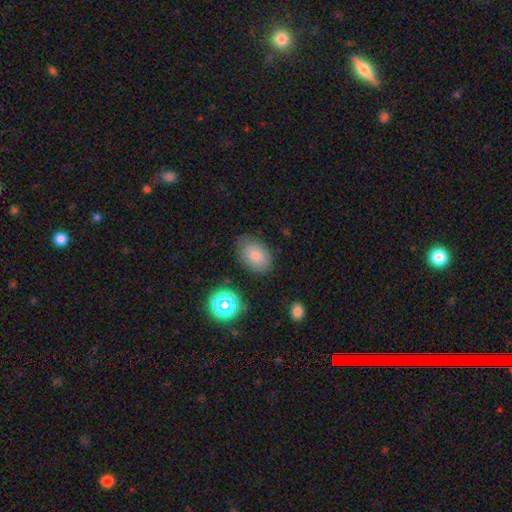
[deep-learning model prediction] Smooth or featured? smooth (78%)
How rounded? in between (80%)
Merging? none (79%)